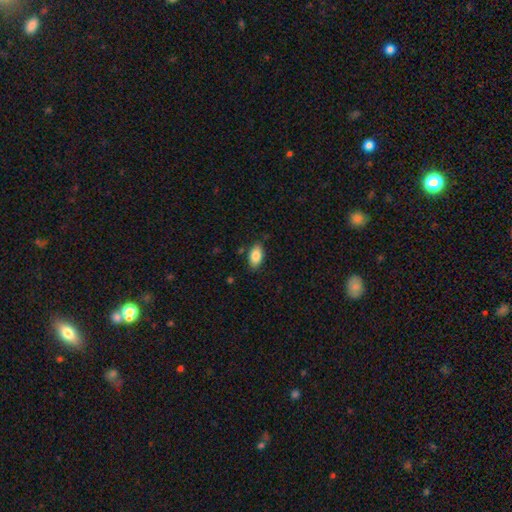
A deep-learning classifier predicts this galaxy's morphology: Smooth or featured? Predicted: smooth (p=0.86). How rounded? Predicted: in between (p=0.92). Merging? Predicted: none (p=0.83).